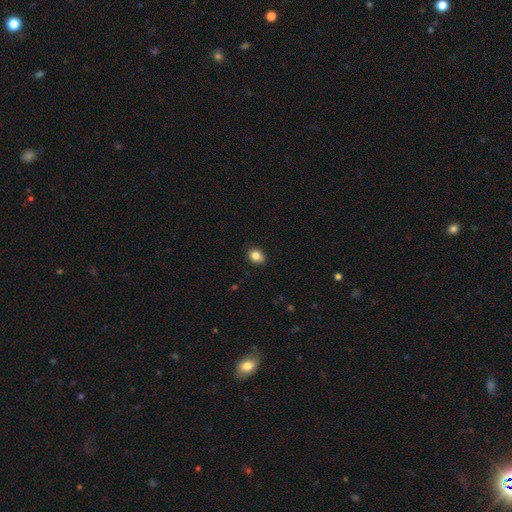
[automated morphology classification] Overall: smooth (83%). How rounded: round (50%; in between 49%). Merging: none (83%).